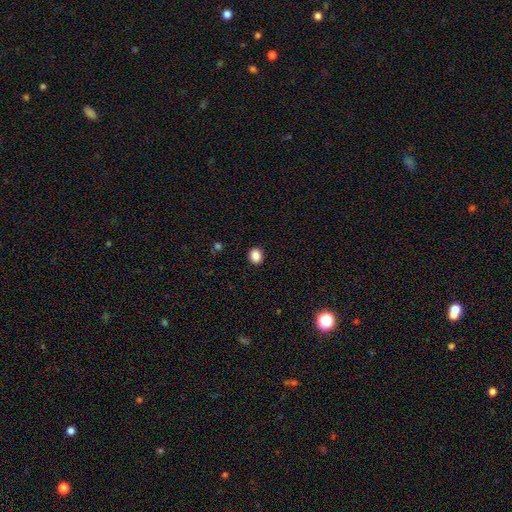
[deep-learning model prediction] smooth-or-featured: smooth: 86% | star or artifact: 10% | featured or disk: 4%
  how-rounded: round: 67% | in between: 32% | cigar-shaped: 1%
  merging: none: 91% | minor disturbance: 6% | major disturbance: 2% | merger: 1%